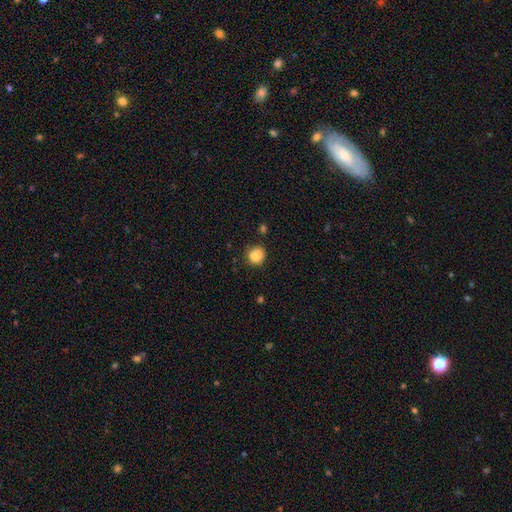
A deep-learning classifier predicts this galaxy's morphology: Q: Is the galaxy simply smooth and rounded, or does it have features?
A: smooth — 76%.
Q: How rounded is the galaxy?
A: round — 82%.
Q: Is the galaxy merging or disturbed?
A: none — 57%.